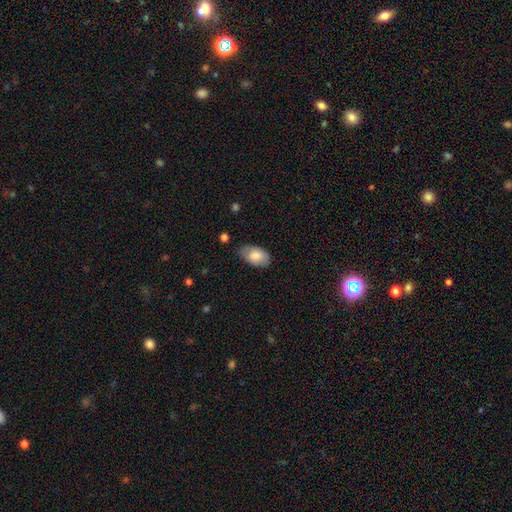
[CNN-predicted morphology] Smooth or featured?
  - smooth: 78% *
  - featured or disk: 16%
  - star or artifact: 6%
How rounded?
  - in between: 94% *
  - round: 5%
  - cigar-shaped: 1%
Merging?
  - none: 76% *
  - minor disturbance: 18%
  - major disturbance: 4%
  - merger: 1%